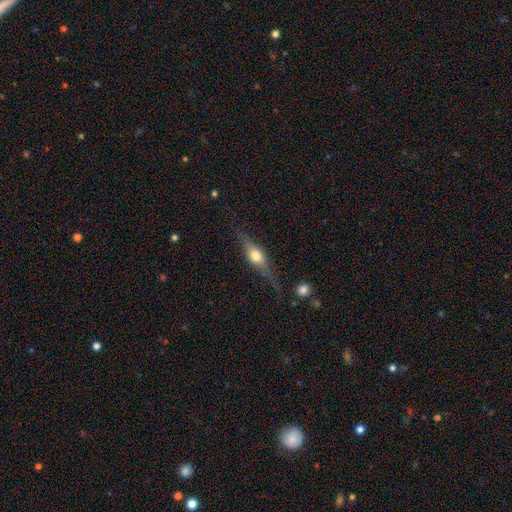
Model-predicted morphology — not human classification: Smooth or featured? featured or disk (62%)
Edge-on disk? yes (92%)
Edge-on bulge? rounded (94%)
Merging? none (70%)